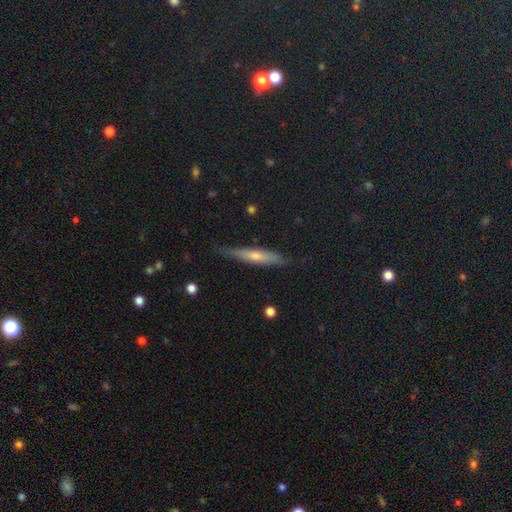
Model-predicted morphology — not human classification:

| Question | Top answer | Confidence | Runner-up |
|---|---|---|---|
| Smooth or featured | featured or disk | 46% | smooth (45%) |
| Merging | none | 78% | minor disturbance (18%) |